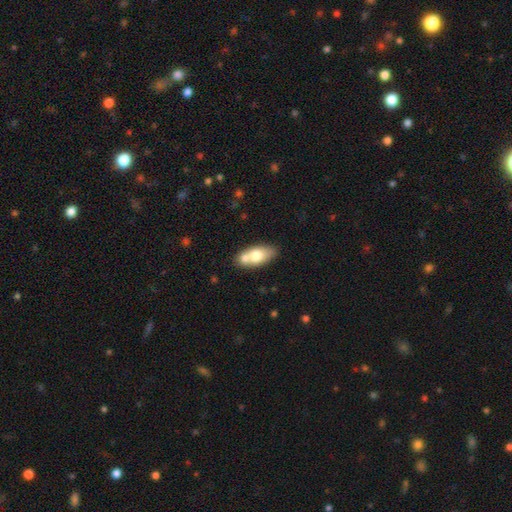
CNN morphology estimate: A smooth galaxy with no disk features (69%) that is in between round and cigar-shaped (84%). Merging: none (52%).